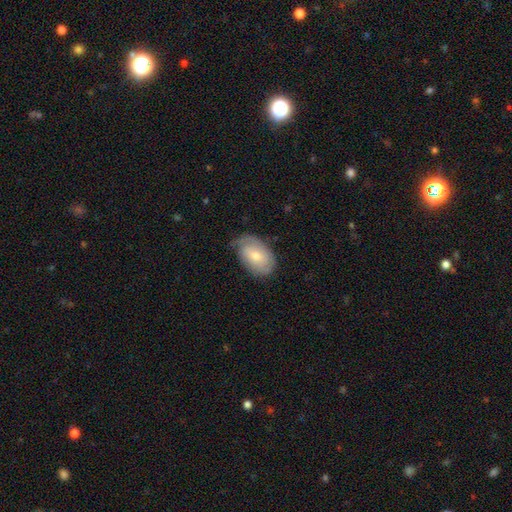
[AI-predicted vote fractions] Smooth or featured? smooth (50%)
Merging? none (61%)